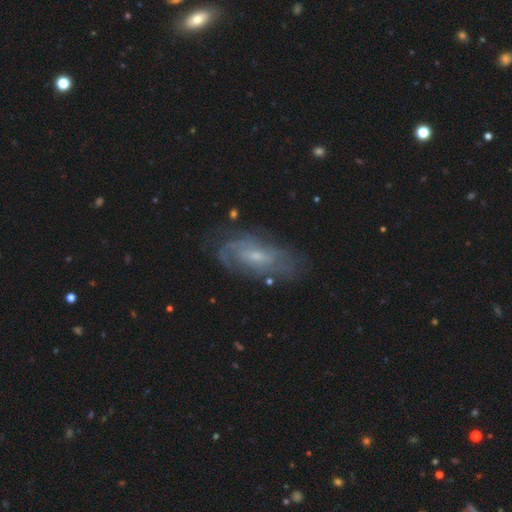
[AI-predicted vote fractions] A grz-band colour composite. It shows a featured or disk galaxy (72%) with no bar (51%), tight (51%) spiral arms (81%) and a small central bulge (63%). Merging: none (68%).